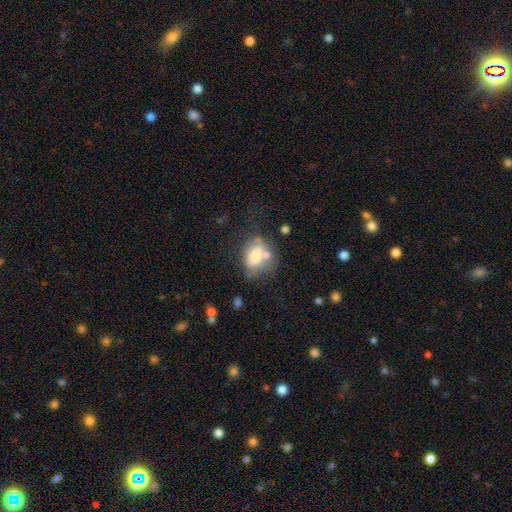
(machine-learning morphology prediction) Q: Smooth or featured?
A: smooth (65%); runner-up: featured or disk (25%)
Q: How rounded?
A: in between (75%); runner-up: round (23%)
Q: Merging?
A: none (34%); runner-up: merger (25%)